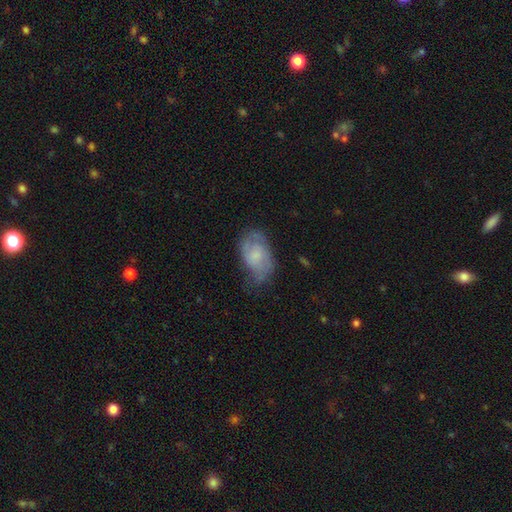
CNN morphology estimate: Smooth or featured?
  - featured or disk: 47% *
  - smooth: 46%
  - star or artifact: 8%
Merging?
  - none: 50% *
  - minor disturbance: 32%
  - major disturbance: 16%
  - merger: 2%